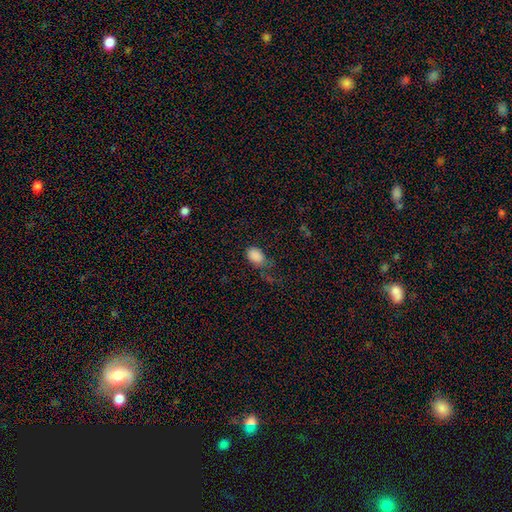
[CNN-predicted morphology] type=smooth (85%); roundness=in between (83%); merging=none (45%).